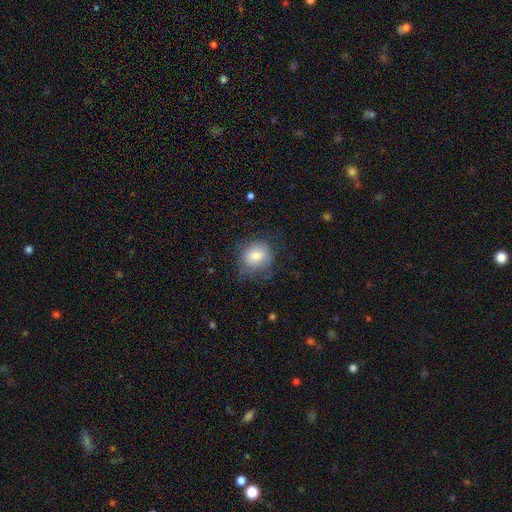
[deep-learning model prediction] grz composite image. It shows a smooth galaxy with no disk features (72%) that is round (78%). Merging: none (66%).